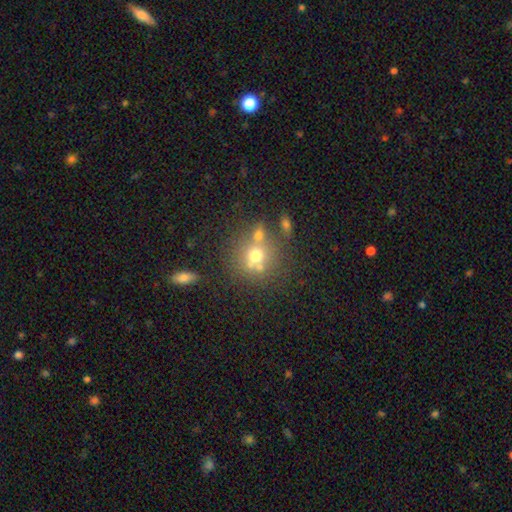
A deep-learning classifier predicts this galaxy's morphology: Smooth or featured?
  - smooth: 62% *
  - featured or disk: 22%
  - star or artifact: 16%
How rounded?
  - round: 85% *
  - in between: 14%
  - cigar-shaped: 1%
Merging?
  - none: 54% *
  - merger: 29%
  - minor disturbance: 11%
  - major disturbance: 5%